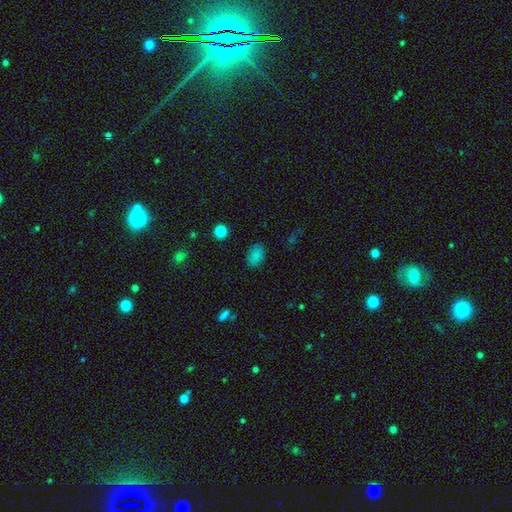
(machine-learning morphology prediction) This is clearly a smooth galaxy (83%). How rounded: clearly in between (85%). Merging: clearly none (85%).